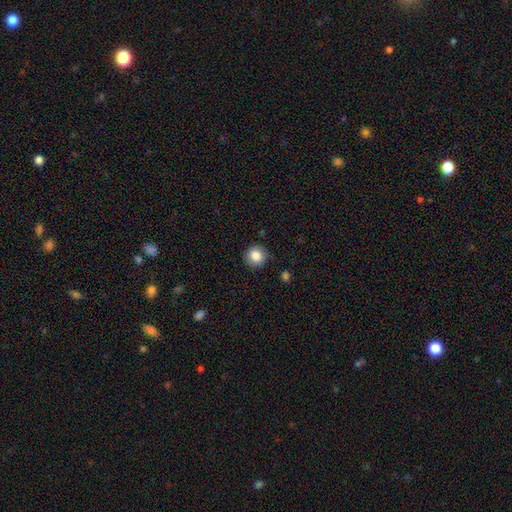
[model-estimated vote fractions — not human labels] smooth-or-featured: smooth: 85% | star or artifact: 9% | featured or disk: 6%
  how-rounded: round: 91% | in between: 8% | cigar-shaped: 1%
  merging: none: 88% | minor disturbance: 9% | major disturbance: 2% | merger: 1%